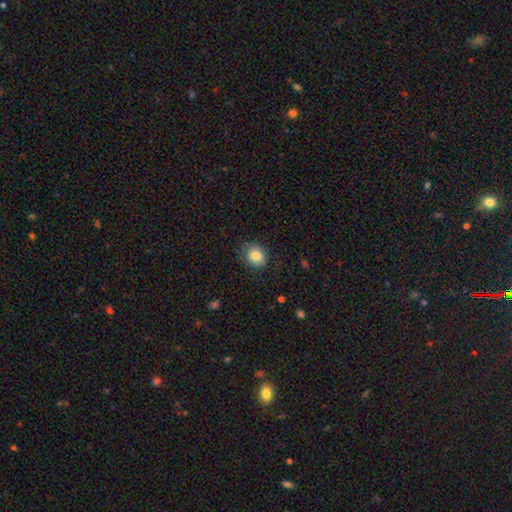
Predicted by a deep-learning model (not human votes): The model was most divided on "how rounded": in between: 55%, round: 45%, cigar-shaped: 1%. More confident: smooth or featured — smooth (83%); merging — none (75%).